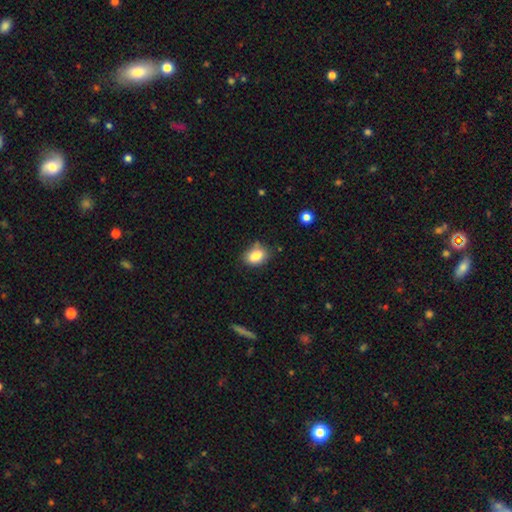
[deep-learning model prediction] Smooth or featured?
  - smooth: 85% *
  - star or artifact: 8%
  - featured or disk: 6%
How rounded?
  - in between: 79% *
  - round: 20%
  - cigar-shaped: 1%
Merging?
  - none: 72% *
  - minor disturbance: 19%
  - merger: 5%
  - major disturbance: 4%